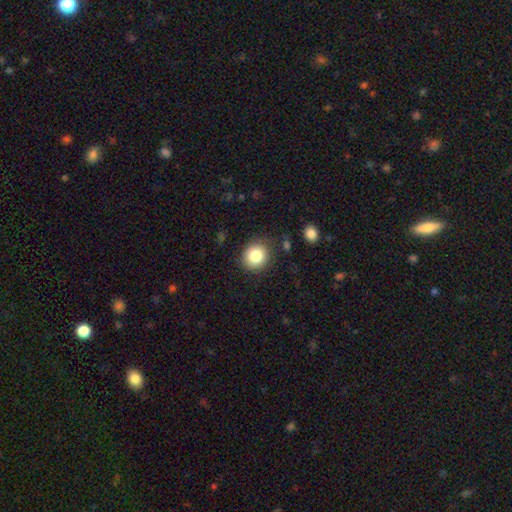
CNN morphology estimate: Smooth or featured? Predicted: smooth (p=0.83). How rounded? Predicted: round (p=0.80). Merging? Predicted: none (p=0.85).